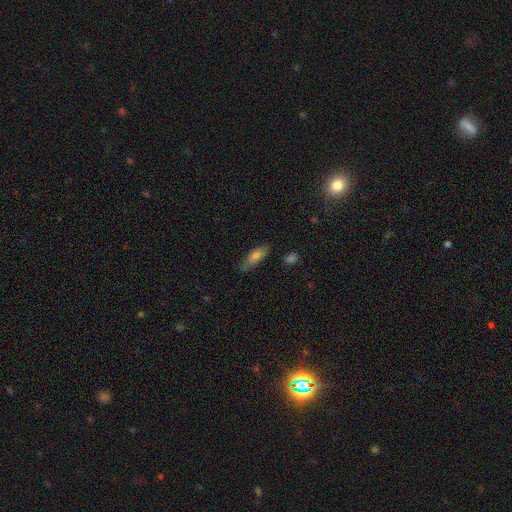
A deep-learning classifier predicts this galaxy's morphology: smooth-or-featured: smooth: 66% | featured or disk: 25% | star or artifact: 9%
  how-rounded: in between: 50% | cigar-shaped: 47% | round: 3%
  merging: none: 75% | minor disturbance: 19% | major disturbance: 4% | merger: 2%